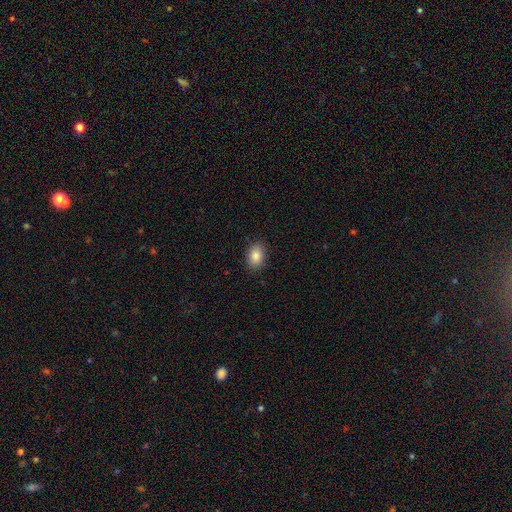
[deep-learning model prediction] smooth-or-featured: smooth: 86% | star or artifact: 8% | featured or disk: 5%
  how-rounded: in between: 83% | round: 16% | cigar-shaped: 1%
  merging: none: 88% | minor disturbance: 9% | major disturbance: 2% | merger: 1%